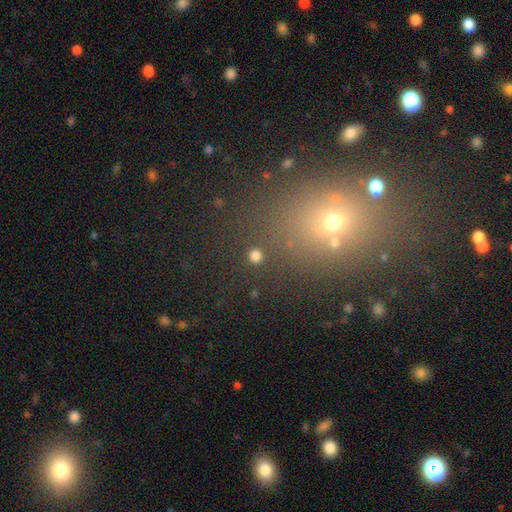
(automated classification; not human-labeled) A smooth galaxy with no disk features (80%) that is round (93%). Merging: none (89%).